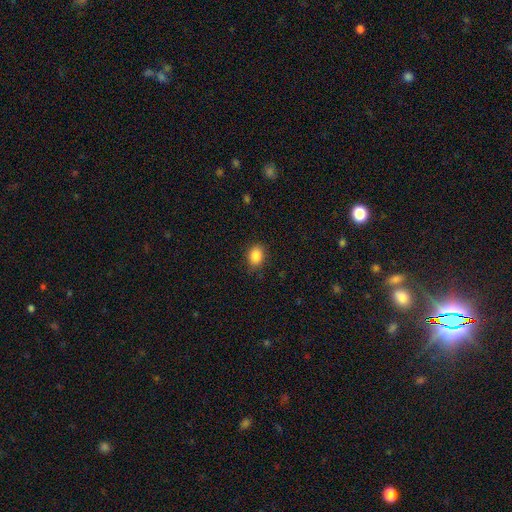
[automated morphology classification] smooth 87%, star or artifact 9%, featured or disk 4%. Down the decision tree: how rounded — in between (58%); merging — none (84%).